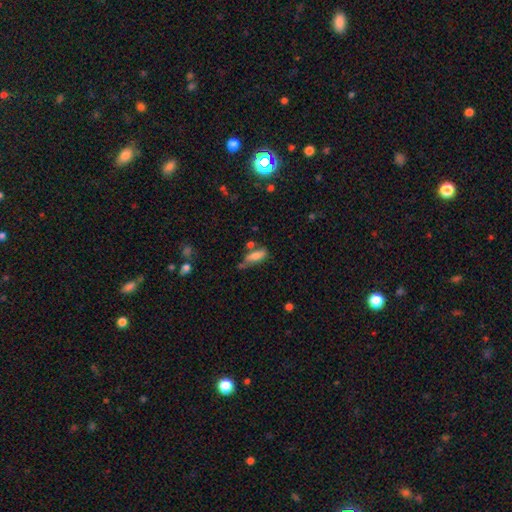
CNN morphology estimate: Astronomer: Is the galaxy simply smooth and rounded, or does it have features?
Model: smooth — 73%.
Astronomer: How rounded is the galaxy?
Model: in between — 68%.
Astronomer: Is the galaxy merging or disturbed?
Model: none — 44% (runner-up: minor disturbance, 28%).